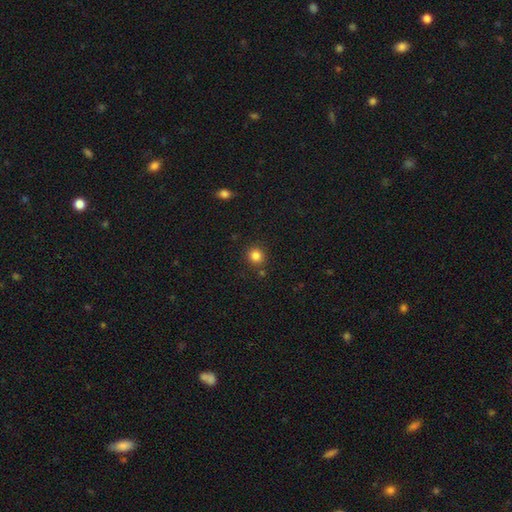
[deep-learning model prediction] Smooth or featured?
  - smooth: 84% *
  - star or artifact: 12%
  - featured or disk: 5%
How rounded?
  - round: 88% *
  - in between: 11%
  - cigar-shaped: 1%
Merging?
  - none: 85% *
  - minor disturbance: 8%
  - merger: 4%
  - major disturbance: 3%